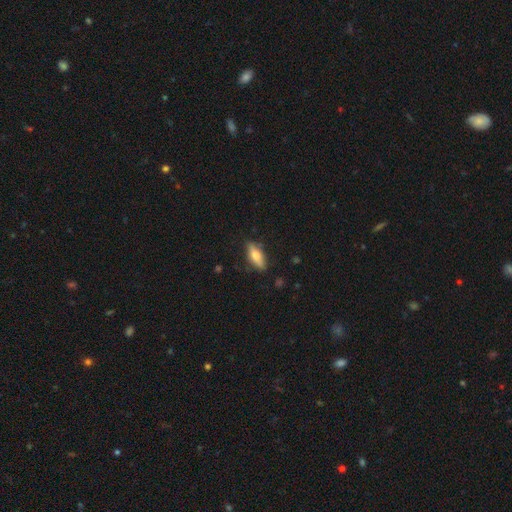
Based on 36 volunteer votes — Morphology: type=smooth (67%); roundness=in between (58%); merging=none (69%).